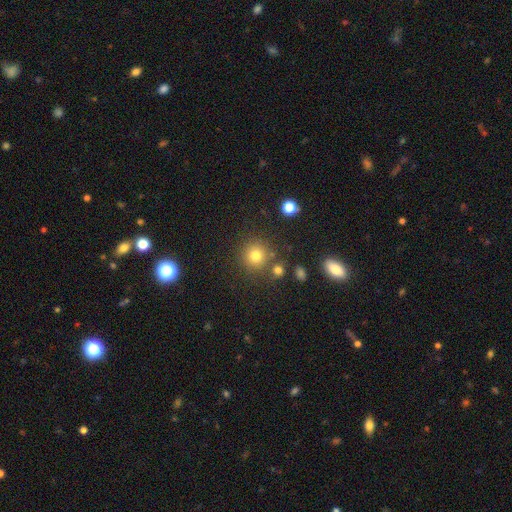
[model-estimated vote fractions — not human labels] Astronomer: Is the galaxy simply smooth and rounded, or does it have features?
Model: smooth — 78%.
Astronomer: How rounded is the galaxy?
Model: round — 92%.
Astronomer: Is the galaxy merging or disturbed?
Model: none — 79%.